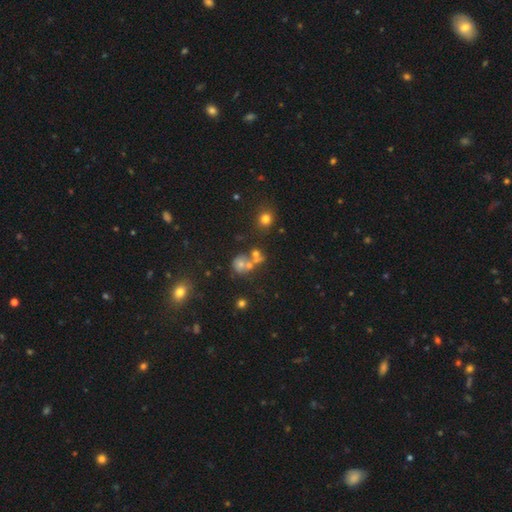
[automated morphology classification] smooth_or_featured: smooth (p=0.49) [alt: star or artifact p=0.30]
merging: none (p=0.43) [alt: merger p=0.40]